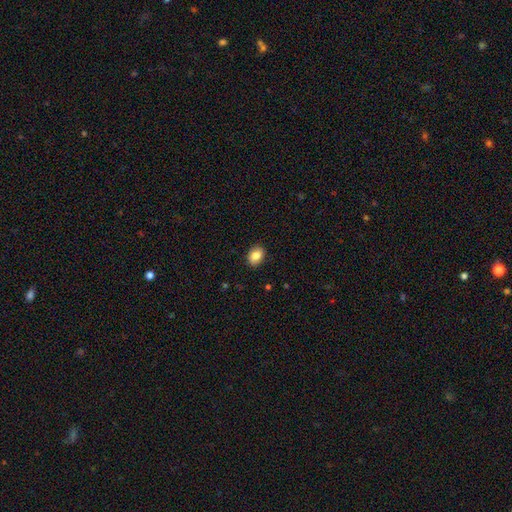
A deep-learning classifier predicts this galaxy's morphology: Smooth or featured?
  - smooth: 85% *
  - star or artifact: 8%
  - featured or disk: 7%
How rounded?
  - in between: 66% *
  - round: 33%
  - cigar-shaped: 1%
Merging?
  - none: 89% *
  - minor disturbance: 8%
  - major disturbance: 2%
  - merger: 1%